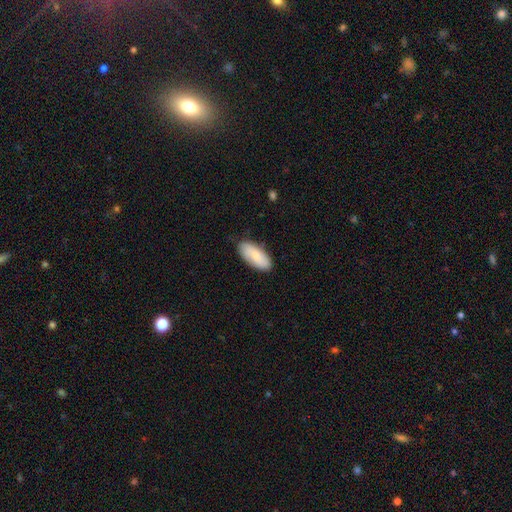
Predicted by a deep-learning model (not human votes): A smooth galaxy with no disk features (82%) that is in between round and cigar-shaped (87%).

Vote fractions:
- Smooth or featured? smooth: 82% / featured or disk: 12% / star or artifact: 6%
- How rounded? in between: 87% / cigar-shaped: 11% / round: 2%
- Merging? none: 81% / minor disturbance: 15% / major disturbance: 2% / merger: 1%